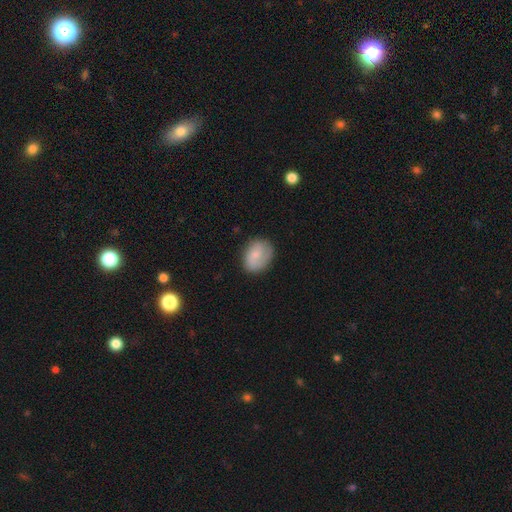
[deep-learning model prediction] smooth 66%, featured or disk 27%, star or artifact 7%. Down the decision tree: how rounded — in between (60%); merging — none (72%).